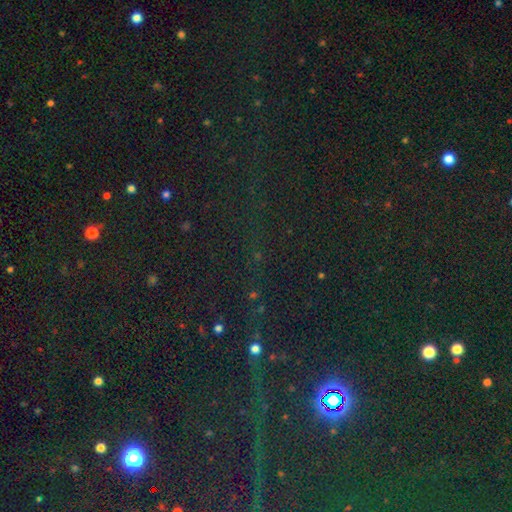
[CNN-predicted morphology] Overall: star or artifact (81%).